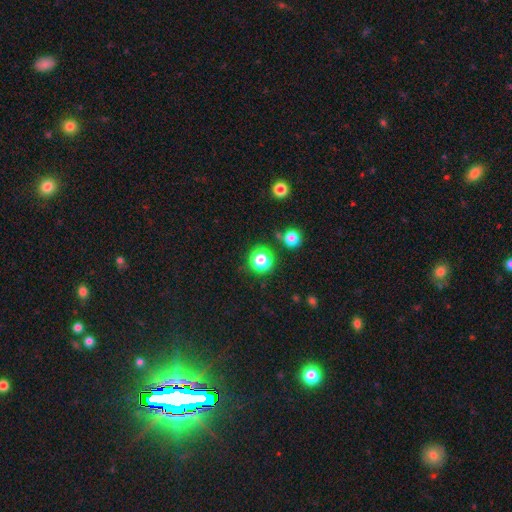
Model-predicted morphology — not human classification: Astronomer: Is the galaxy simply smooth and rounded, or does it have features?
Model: star or artifact — 80%.